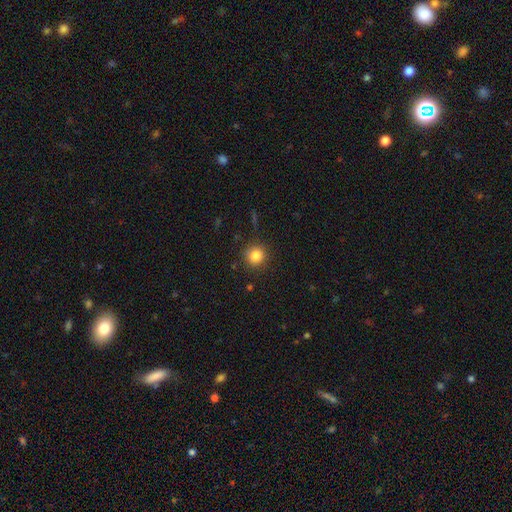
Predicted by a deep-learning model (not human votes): This is clearly a smooth galaxy (83%). How rounded: clearly round (92%). Merging: clearly none (88%).